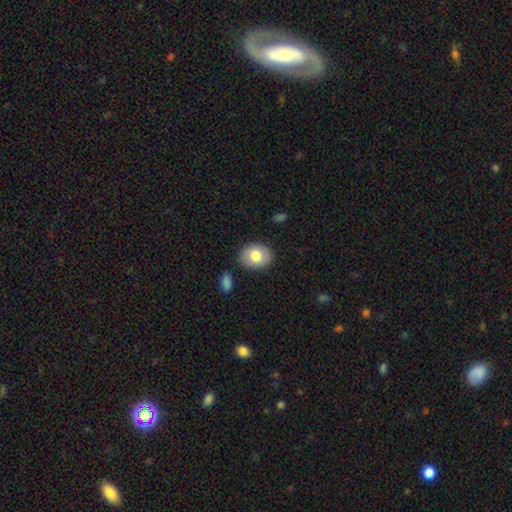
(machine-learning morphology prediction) Smooth or featured?
  - smooth: 78% *
  - featured or disk: 15%
  - star or artifact: 7%
How rounded?
  - in between: 56% *
  - round: 43%
  - cigar-shaped: 1%
Merging?
  - none: 87% *
  - minor disturbance: 9%
  - major disturbance: 2%
  - merger: 2%